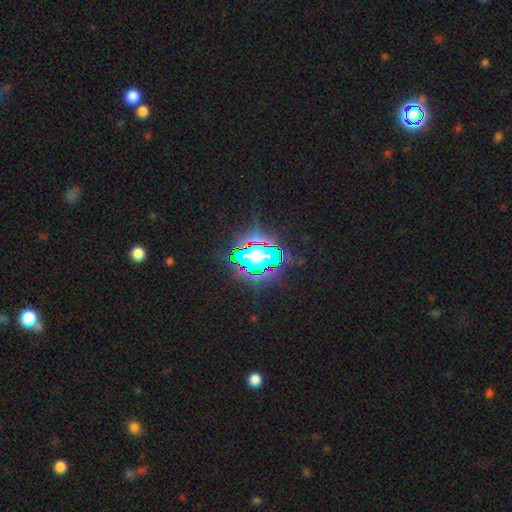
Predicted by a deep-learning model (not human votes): star or artifact 62%, smooth 22%, featured or disk 17%.